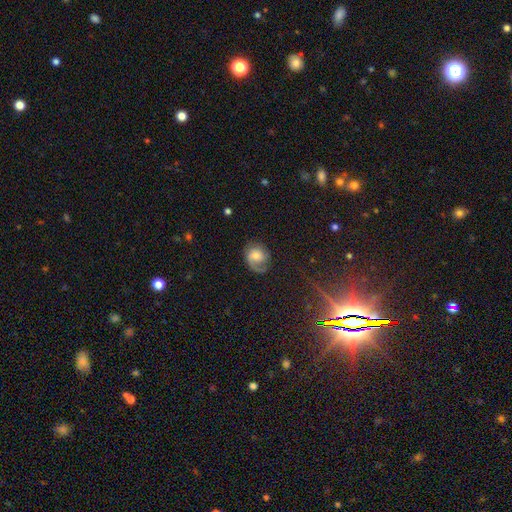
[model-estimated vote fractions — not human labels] Smooth or featured? featured or disk (54%)
Edge-on disk? no (97%)
Bar? no (67%)
Spiral arms? yes (86%)
Bulge size? moderate (52%)
Merging? none (63%)